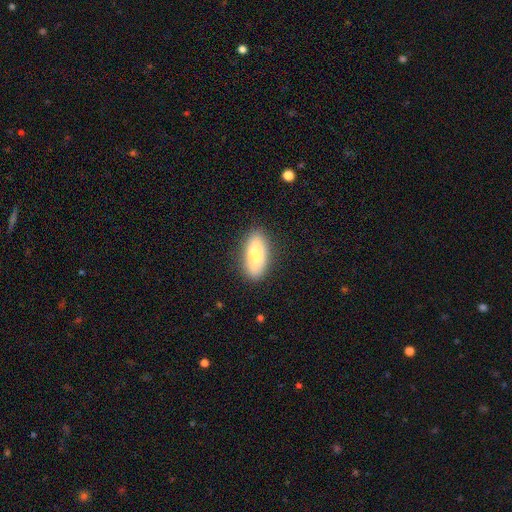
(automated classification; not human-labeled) A smooth galaxy with no disk features (74%) that is in between round and cigar-shaped (84%).

Vote fractions:
- Smooth or featured? smooth: 74% / featured or disk: 19% / star or artifact: 7%
- How rounded? in between: 84% / cigar-shaped: 13% / round: 3%
- Merging? none: 81% / minor disturbance: 13% / major disturbance: 4% / merger: 2%